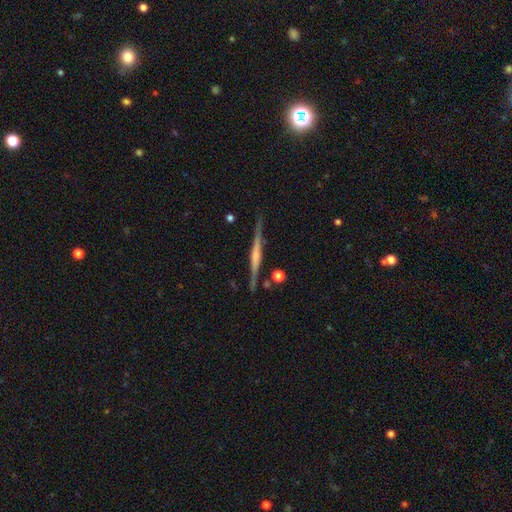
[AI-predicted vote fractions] This is likely a featured or disk galaxy (76%). It is clearly viewed edge-on (98%). Edge-on bulge: possibly rounded (51%). Merging: clearly none (87%).